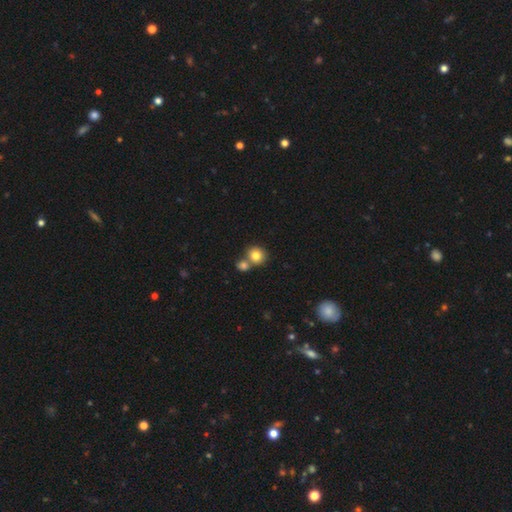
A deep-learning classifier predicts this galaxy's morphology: smooth_or_featured: smooth (p=0.81) [alt: star or artifact p=0.10]
how_rounded: round (p=0.83) [alt: in between p=0.16]
merging: none (p=0.52) [alt: merger p=0.37]